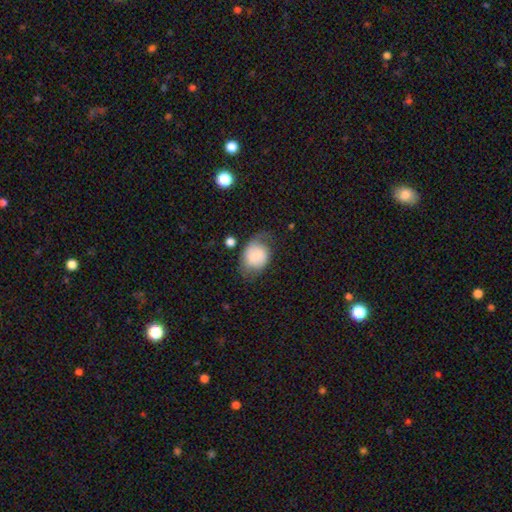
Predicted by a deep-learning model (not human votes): Smooth or featured: smooth — 68% (featured or disk — 23%)
How rounded: in between — 54% (round — 45%)
Merging: none — 46% (minor disturbance — 31%)